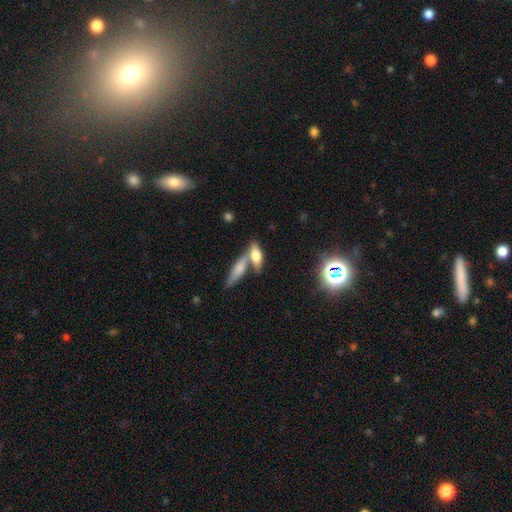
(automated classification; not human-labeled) smooth-or-featured: smooth: 61% | featured or disk: 29% | star or artifact: 9%
  how-rounded: in between: 62% | cigar-shaped: 33% | round: 4%
  merging: none: 48% | merger: 38% | minor disturbance: 10% | major disturbance: 4%